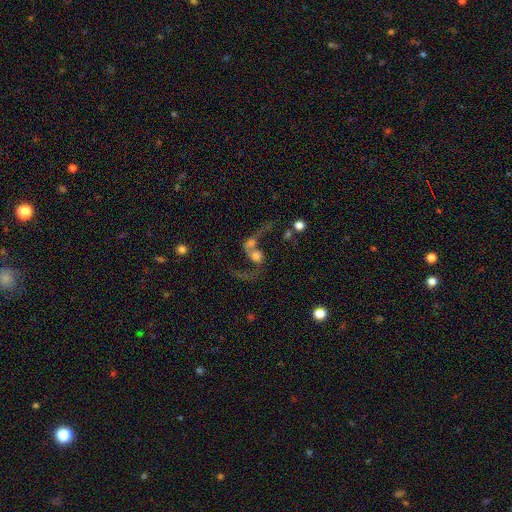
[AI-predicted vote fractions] featured or disk 59%, smooth 28%, star or artifact 13%. Down the decision tree: edge-on disk — no (96%); bar — no (74%); spiral arms — yes (70%); bulge size — moderate (35%); merging — merger (68%).